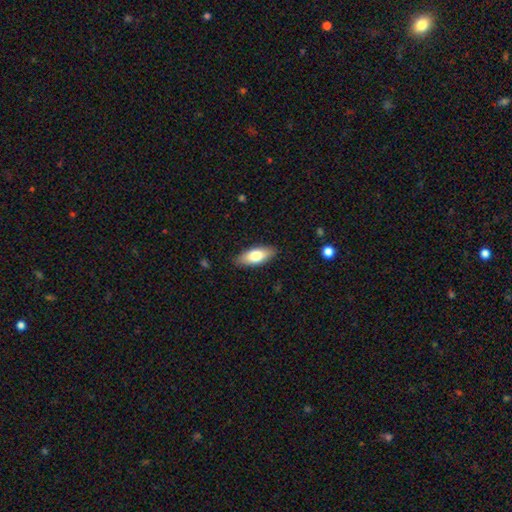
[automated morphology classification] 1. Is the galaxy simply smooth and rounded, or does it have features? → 76% smooth, 18% featured or disk, 6% star or artifact.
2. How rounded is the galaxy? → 81% in between, 17% cigar-shaped, 2% round.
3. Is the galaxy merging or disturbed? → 87% none, 10% minor disturbance, 2% major disturbance, 1% merger.